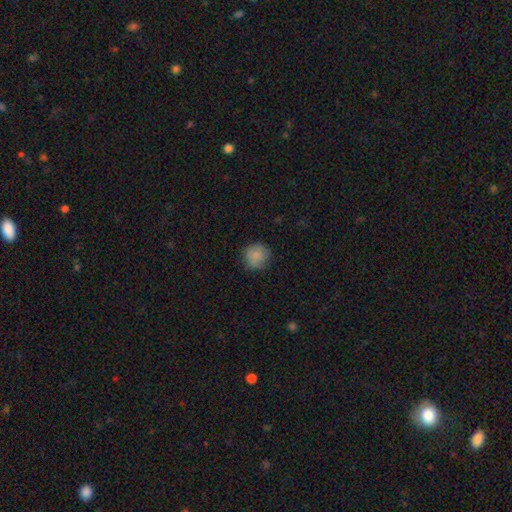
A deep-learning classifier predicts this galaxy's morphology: Smooth or featured? smooth (85%)
How rounded? round (91%)
Merging? none (80%)